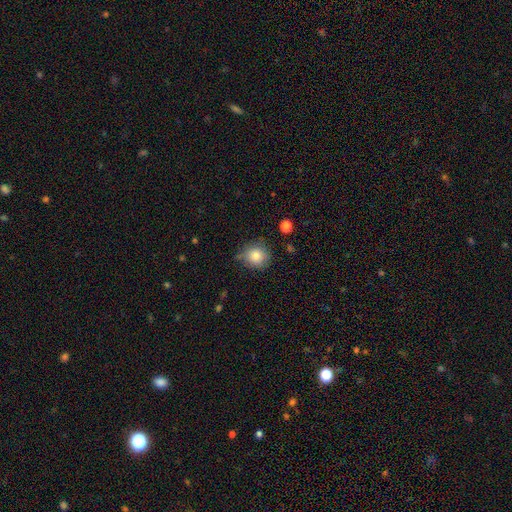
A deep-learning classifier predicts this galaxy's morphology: Smooth or featured: smooth — 81% (star or artifact — 10%)
How rounded: round — 86% (in between — 13%)
Merging: none — 70% (minor disturbance — 22%)